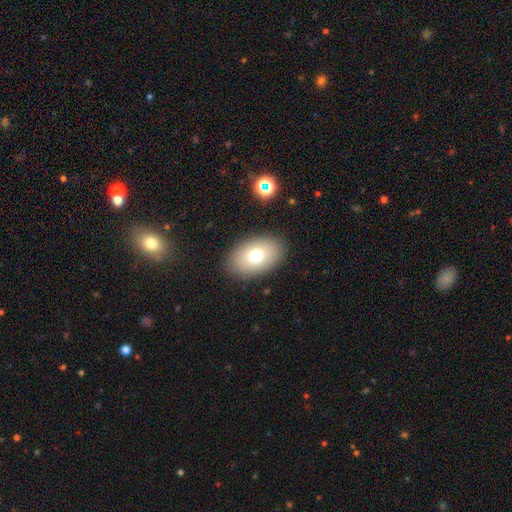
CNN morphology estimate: smooth 75%, featured or disk 15%, star or artifact 9%. Down the decision tree: how rounded — in between (90%); merging — none (87%).